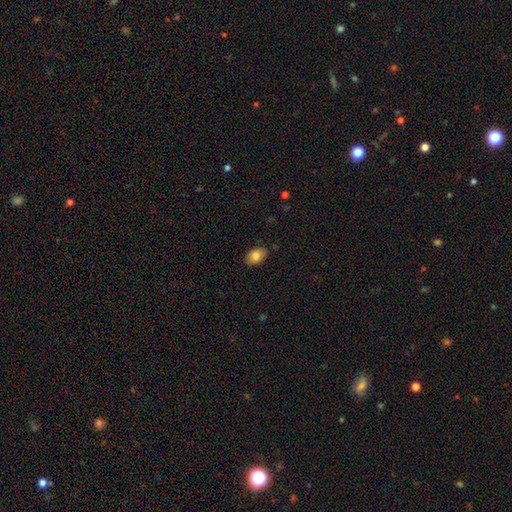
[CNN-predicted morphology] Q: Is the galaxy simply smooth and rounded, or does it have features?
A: smooth — 84%.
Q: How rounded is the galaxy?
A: in between — 88%.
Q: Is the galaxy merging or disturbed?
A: none — 86%.